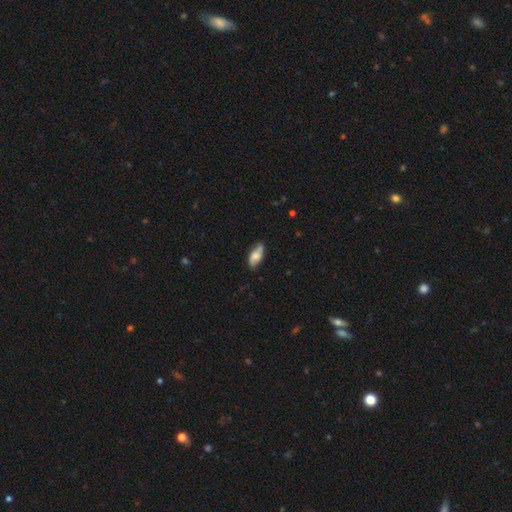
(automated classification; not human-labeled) A smooth galaxy with no disk features (57%) that is in between round and cigar-shaped (83%). Merging: none (72%).